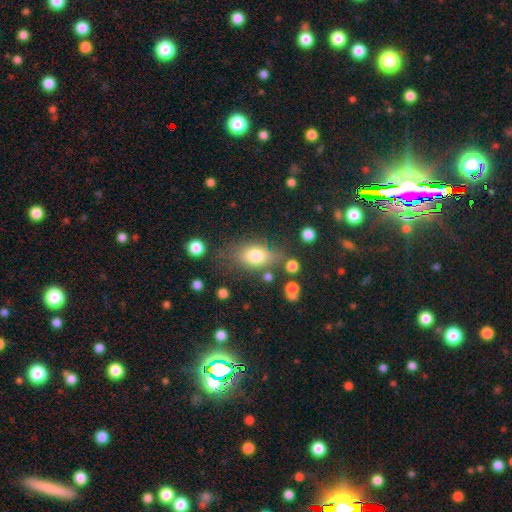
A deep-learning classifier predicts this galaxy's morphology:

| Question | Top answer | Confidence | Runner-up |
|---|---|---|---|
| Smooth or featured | smooth | 75% | featured or disk (15%) |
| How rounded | in between | 75% | round (20%) |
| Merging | none | 61% | minor disturbance (21%) |